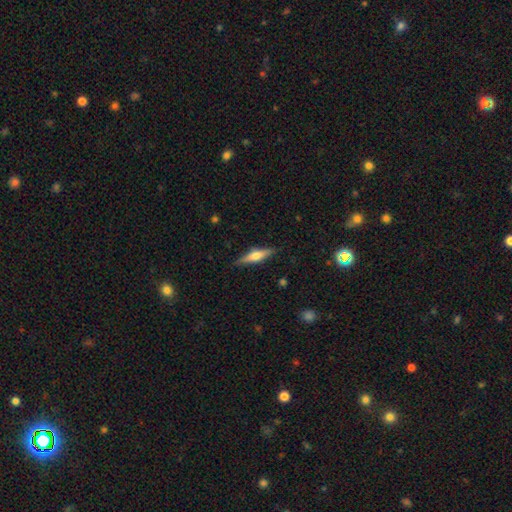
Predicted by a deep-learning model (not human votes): Smooth or featured: featured or disk — 55% (smooth — 39%)
Edge-on disk: yes — 95% (no — 5%)
Edge-on bulge: rounded — 88% (boxy — 7%)
Merging: none — 87% (minor disturbance — 10%)